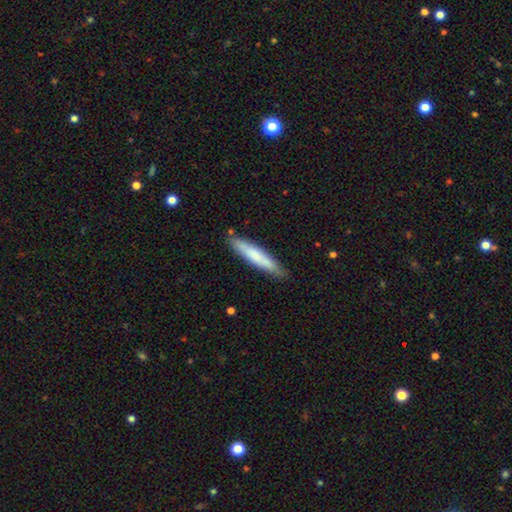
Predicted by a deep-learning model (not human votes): Smooth or featured: smooth — 71% (featured or disk — 23%)
How rounded: cigar-shaped — 91% (in between — 8%)
Merging: none — 85% (minor disturbance — 12%)